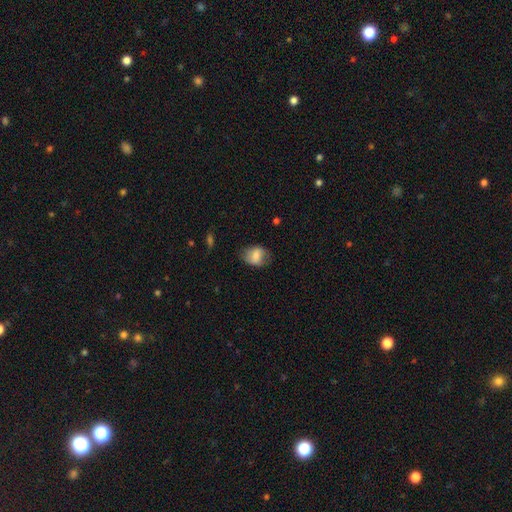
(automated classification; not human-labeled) Q: Smooth or featured?
A: smooth (71%); runner-up: featured or disk (21%)
Q: How rounded?
A: in between (66%); runner-up: round (33%)
Q: Merging?
A: none (64%); runner-up: minor disturbance (26%)